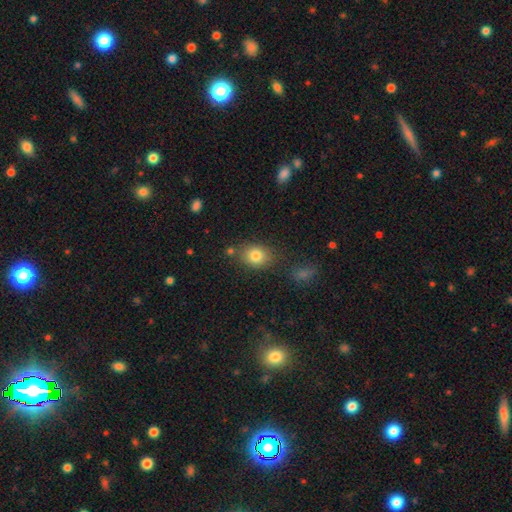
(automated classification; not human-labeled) The model was most divided on "how rounded": in between: 56%, round: 43%, cigar-shaped: 1%. More confident: smooth or featured — smooth (82%); merging — none (73%).